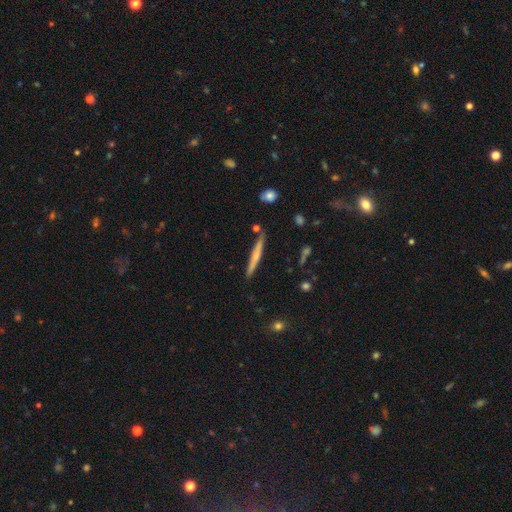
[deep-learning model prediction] A featured or disk galaxy (49%).

Vote fractions:
- Smooth or featured? featured or disk: 49% / smooth: 44% / star or artifact: 7%
- Merging? none: 87% / minor disturbance: 9% / merger: 2% / major disturbance: 2%